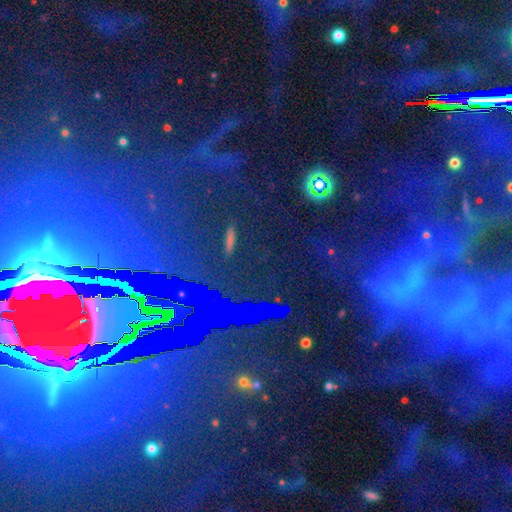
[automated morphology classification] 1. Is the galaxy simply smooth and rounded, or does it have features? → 74% star or artifact, 14% featured or disk, 12% smooth.